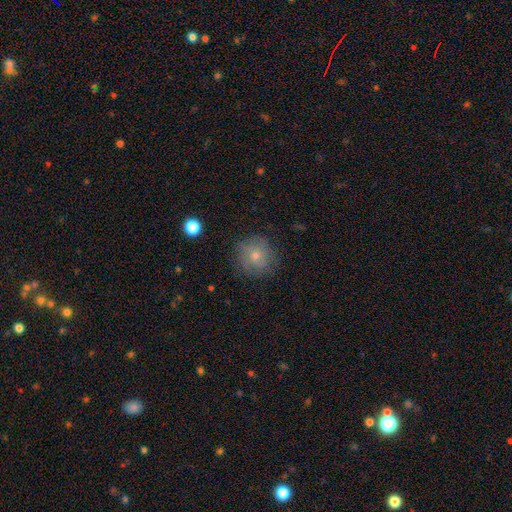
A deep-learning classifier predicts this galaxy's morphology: A smooth galaxy with no disk features (68%) that is round (91%). Merging: none (78%).